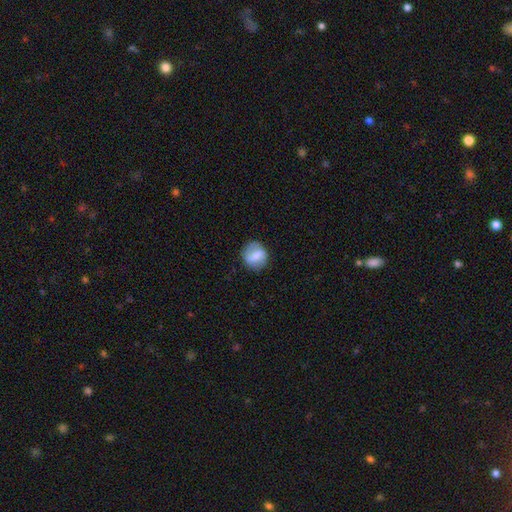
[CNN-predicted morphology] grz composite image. It shows a smooth galaxy with no disk features (56%) that is round (80%). Merging: none (81%).